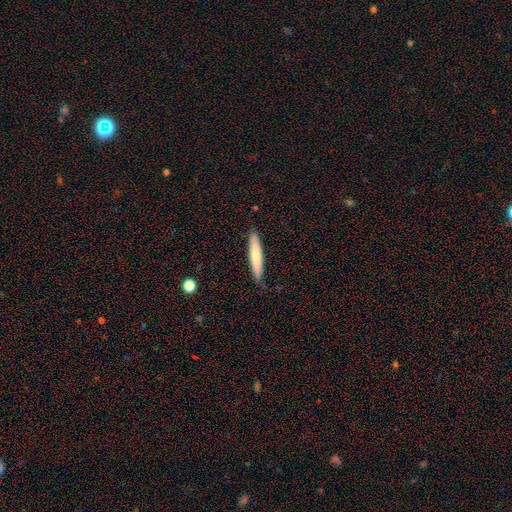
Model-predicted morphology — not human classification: Q: Smooth or featured?
A: smooth (72%); runner-up: featured or disk (22%)
Q: How rounded?
A: cigar-shaped (91%); runner-up: in between (8%)
Q: Merging?
A: none (87%); runner-up: minor disturbance (10%)